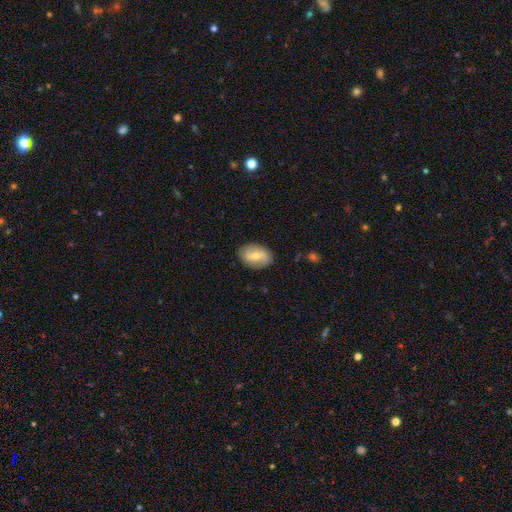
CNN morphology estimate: The model was most divided on "smooth or featured": smooth: 47%, featured or disk: 46%, star or artifact: 7%. More confident: merging — none (84%).